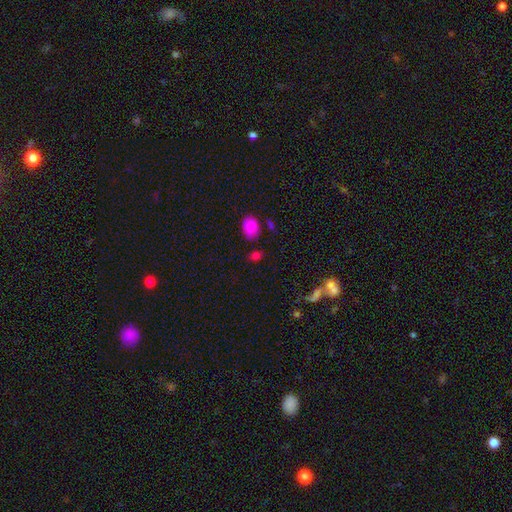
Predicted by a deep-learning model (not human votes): A smooth galaxy with no disk features (75%) that is in between round and cigar-shaped (70%). Merging: none (69%).